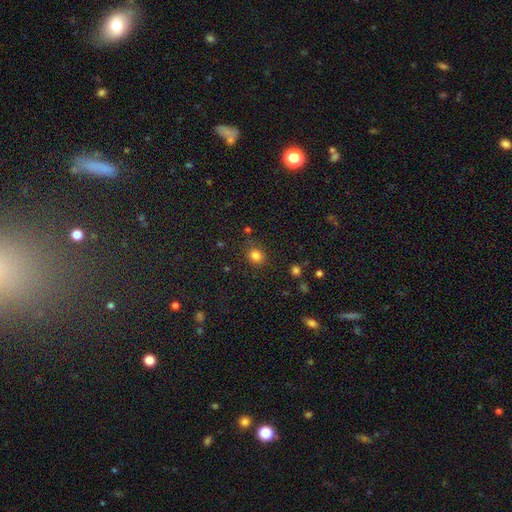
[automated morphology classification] A smooth galaxy with no disk features (82%) that is round (77%).

Vote fractions:
- Smooth or featured? smooth: 82% / star or artifact: 13% / featured or disk: 5%
- How rounded? round: 77% / in between: 22% / cigar-shaped: 1%
- Merging? none: 83% / minor disturbance: 11% / major disturbance: 4% / merger: 3%